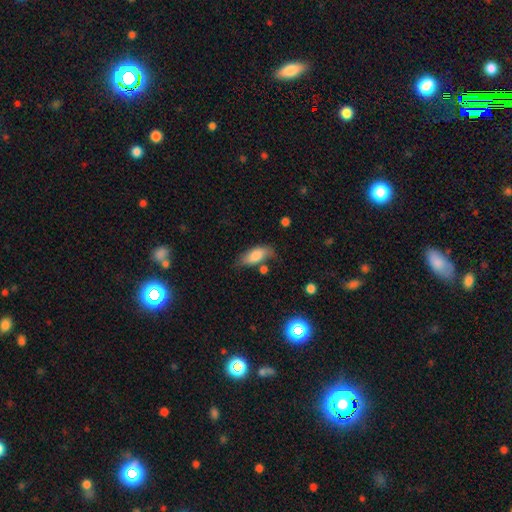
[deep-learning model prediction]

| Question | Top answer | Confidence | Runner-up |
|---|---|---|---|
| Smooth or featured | smooth | 77% | featured or disk (16%) |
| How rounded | in between | 81% | cigar-shaped (16%) |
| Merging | none | 59% | minor disturbance (25%) |